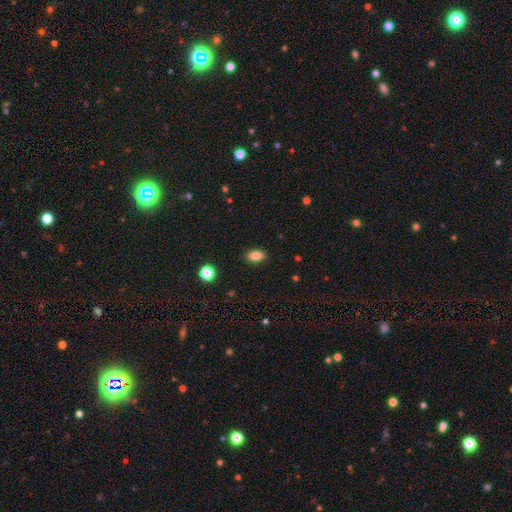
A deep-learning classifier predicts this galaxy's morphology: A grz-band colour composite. It shows a smooth galaxy with no disk features (84%) that is in between round and cigar-shaped (87%). Merging: none (88%).